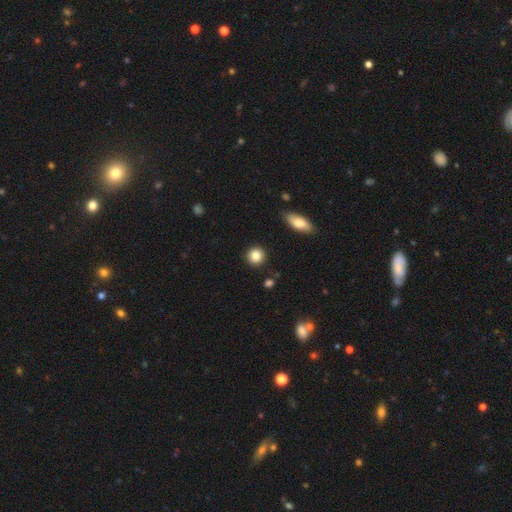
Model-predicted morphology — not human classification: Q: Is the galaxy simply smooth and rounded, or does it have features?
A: smooth — 86%.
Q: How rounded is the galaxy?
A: round — 90%.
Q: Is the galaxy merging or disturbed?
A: none — 90%.